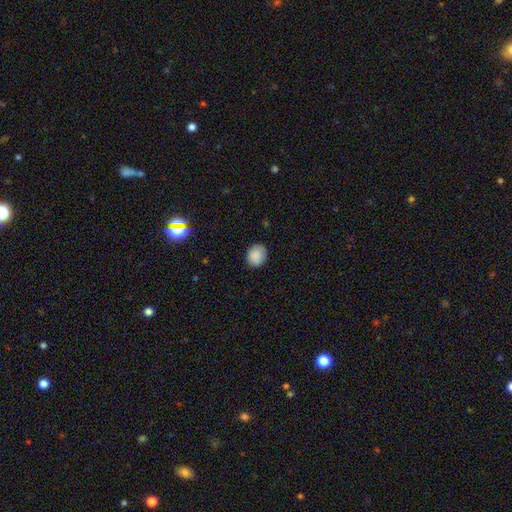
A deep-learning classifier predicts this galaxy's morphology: Smooth or featured? Predicted: smooth (p=0.87). How rounded? Predicted: round (p=0.61). Merging? Predicted: none (p=0.84).